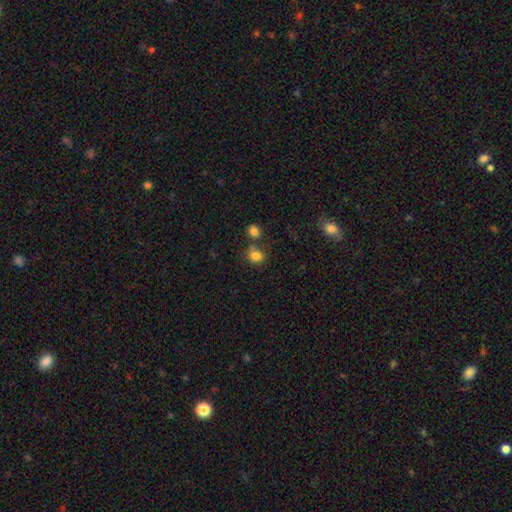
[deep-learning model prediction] smooth_or_featured: smooth (p=0.82) [alt: star or artifact p=0.12]
how_rounded: round (p=0.69) [alt: in between p=0.30]
merging: none (p=0.60) [alt: merger p=0.23]